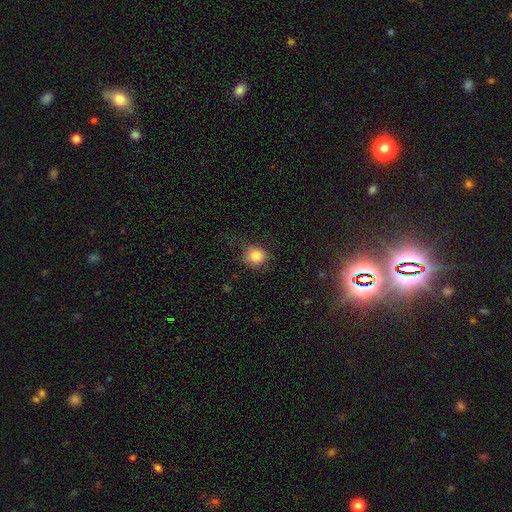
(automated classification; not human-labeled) smooth_or_featured: smooth (p=0.83) [alt: star or artifact p=0.11]
how_rounded: round (p=0.84) [alt: in between p=0.15]
merging: none (p=0.71) [alt: minor disturbance p=0.18]